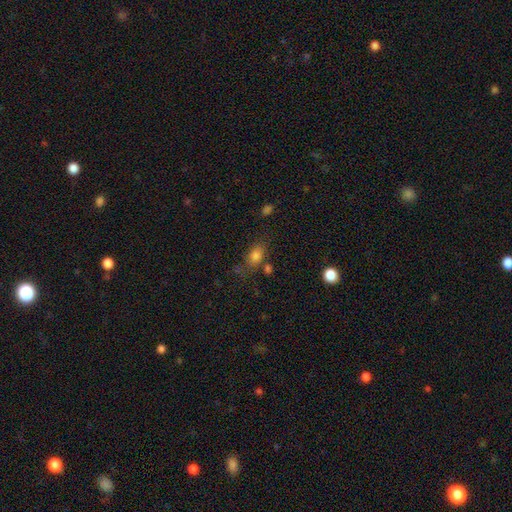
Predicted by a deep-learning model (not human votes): Q: Smooth or featured?
A: smooth (78%); runner-up: star or artifact (12%)
Q: How rounded?
A: in between (77%); runner-up: round (18%)
Q: Merging?
A: none (59%); runner-up: minor disturbance (20%)